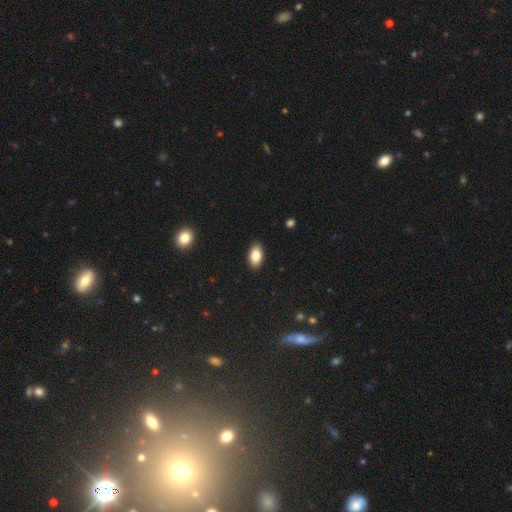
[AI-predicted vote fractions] Smooth or featured? smooth (83%)
How rounded? in between (93%)
Merging? none (89%)